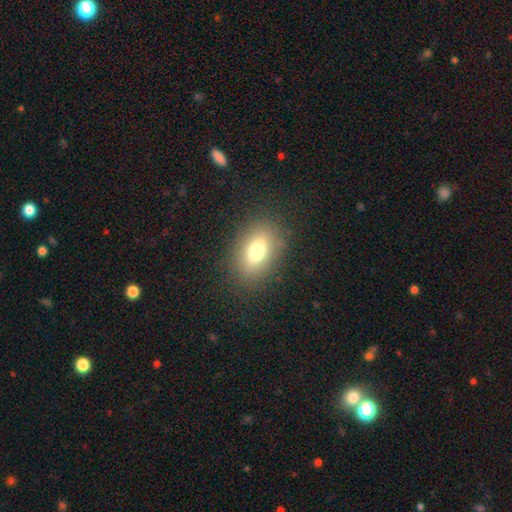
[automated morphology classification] A smooth galaxy with no disk features (72%) that is in between round and cigar-shaped (82%). Merging: none (83%).